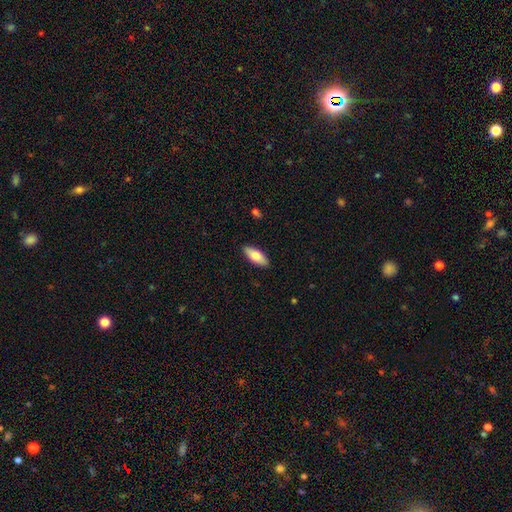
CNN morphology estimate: This is likely a smooth galaxy (77%). How rounded: likely in between (78%). Merging: clearly none (89%).